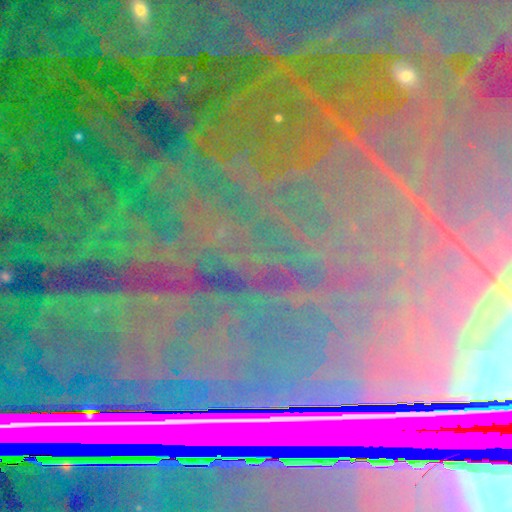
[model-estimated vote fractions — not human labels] This is clearly a star or artifact rather than a galaxy (88%).